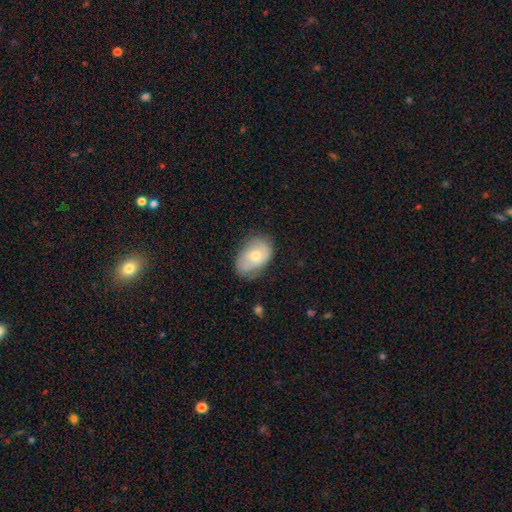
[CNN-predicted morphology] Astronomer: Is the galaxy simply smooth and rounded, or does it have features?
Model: smooth — 59%.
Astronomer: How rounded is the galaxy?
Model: in between — 83%.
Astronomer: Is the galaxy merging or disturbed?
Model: none — 58%.